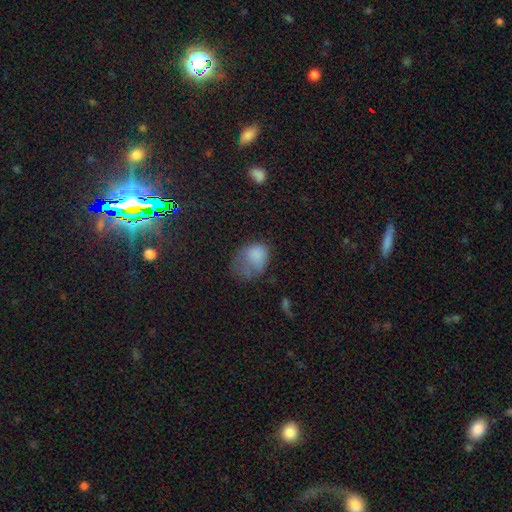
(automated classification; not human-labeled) smooth 77%, featured or disk 12%, star or artifact 12%. Down the decision tree: how rounded — in between (64%); merging — major disturbance (42%).